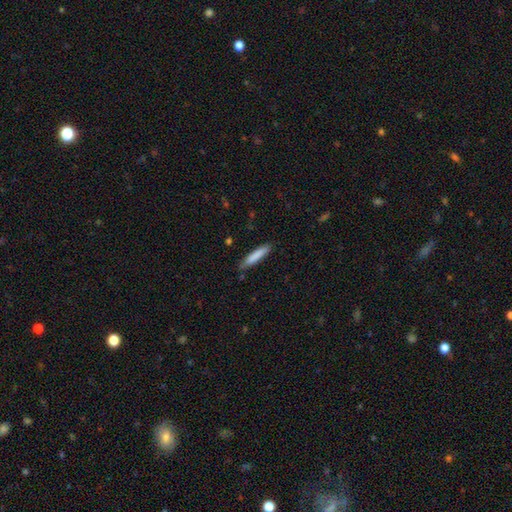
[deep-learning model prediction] This is clearly a smooth galaxy (82%). How rounded: clearly cigar-shaped (89%). Merging: clearly none (82%).